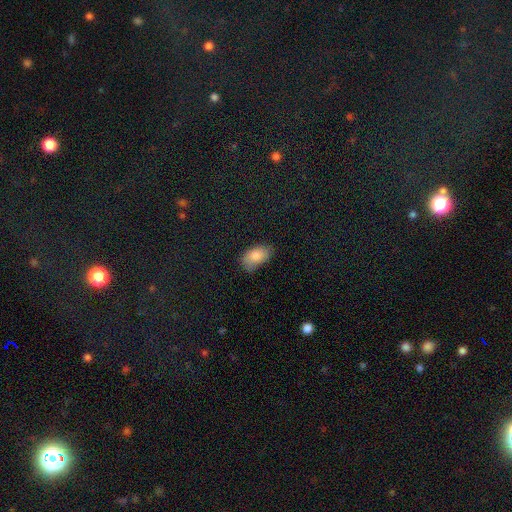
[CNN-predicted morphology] smooth 82%, featured or disk 10%, star or artifact 8%. Down the decision tree: how rounded — in between (92%); merging — none (61%).